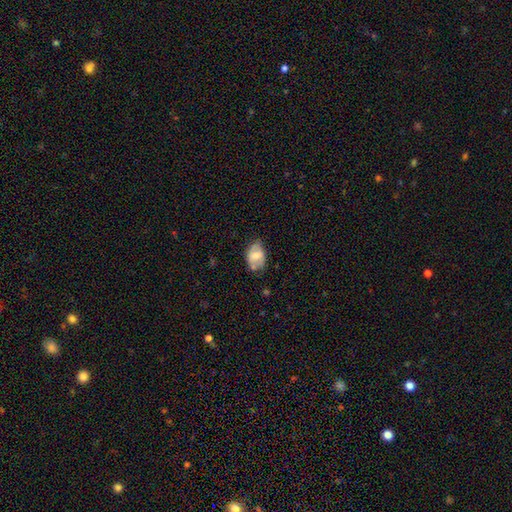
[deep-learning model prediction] smooth-or-featured: smooth: 59% | featured or disk: 34% | star or artifact: 7%
  how-rounded: in between: 80% | round: 18% | cigar-shaped: 1%
  merging: none: 55% | minor disturbance: 33% | major disturbance: 8% | merger: 4%